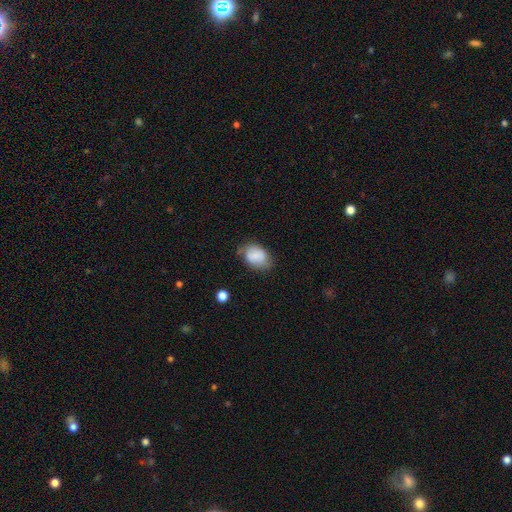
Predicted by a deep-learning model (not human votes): Smooth or featured? Predicted: smooth (p=0.79). How rounded? Predicted: in between (p=0.77). Merging? Predicted: none (p=0.61).